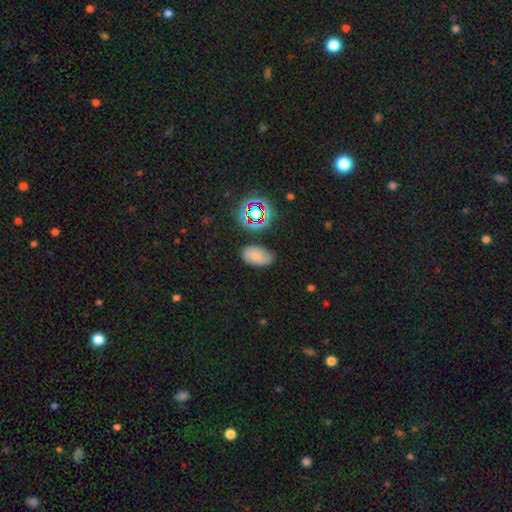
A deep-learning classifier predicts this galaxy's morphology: Smooth or featured? smooth (67%)
How rounded? in between (91%)
Merging? none (69%)